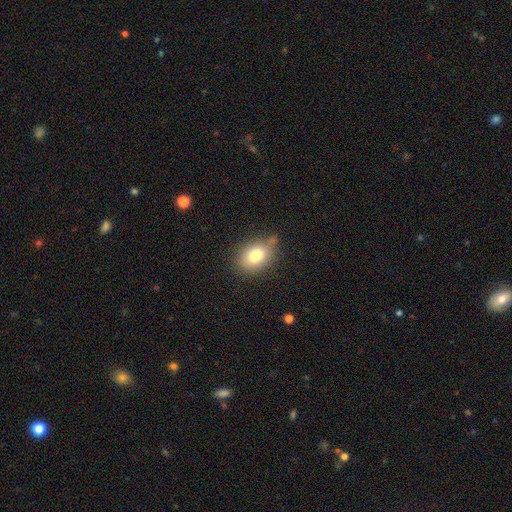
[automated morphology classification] A smooth galaxy with no disk features (78%) that is in between round and cigar-shaped (68%). Merging: none (65%).